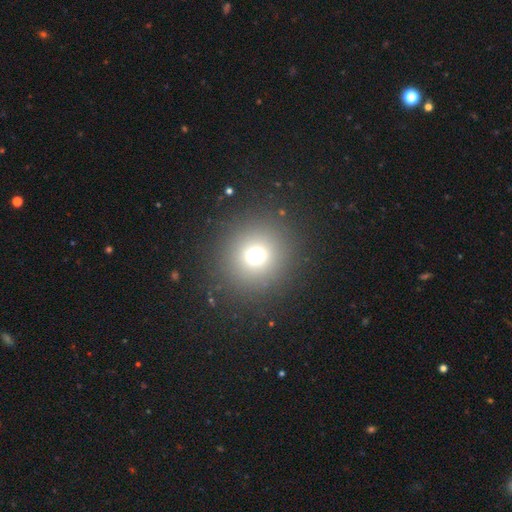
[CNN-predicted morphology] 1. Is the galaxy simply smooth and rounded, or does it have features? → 66% smooth, 24% star or artifact, 10% featured or disk.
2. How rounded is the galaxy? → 91% round, 8% in between, 1% cigar-shaped.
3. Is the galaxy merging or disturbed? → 87% none, 6% minor disturbance, 5% major disturbance, 2% merger.